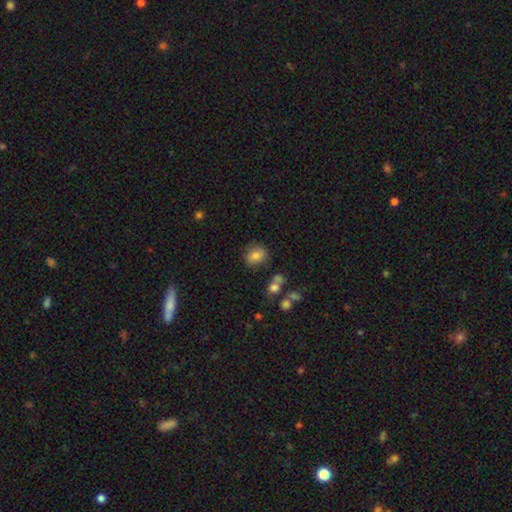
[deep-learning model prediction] A smooth galaxy with no disk features (79%) that is round (63%).

Vote fractions:
- Smooth or featured? smooth: 79% / star or artifact: 11% / featured or disk: 10%
- How rounded? round: 63% / in between: 36% / cigar-shaped: 1%
- Merging? none: 74% / minor disturbance: 16% / merger: 5% / major disturbance: 5%